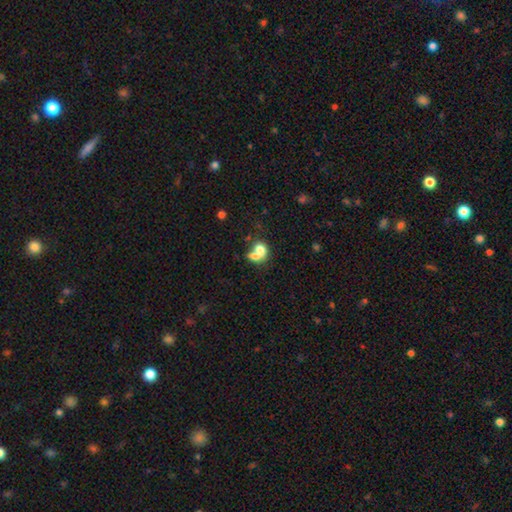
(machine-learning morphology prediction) Smooth or featured?
  - smooth: 67% *
  - featured or disk: 23%
  - star or artifact: 9%
How rounded?
  - in between: 52% *
  - round: 47%
  - cigar-shaped: 1%
Merging?
  - merger: 70% *
  - none: 18%
  - minor disturbance: 6%
  - major disturbance: 6%